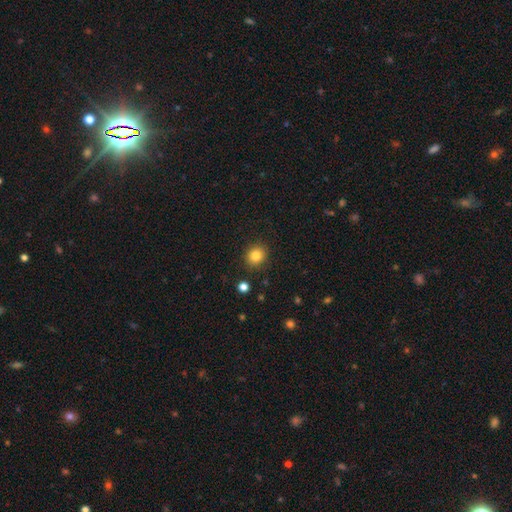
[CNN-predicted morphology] This is clearly a smooth galaxy (83%). How rounded: likely round (76%). Merging: clearly none (88%).